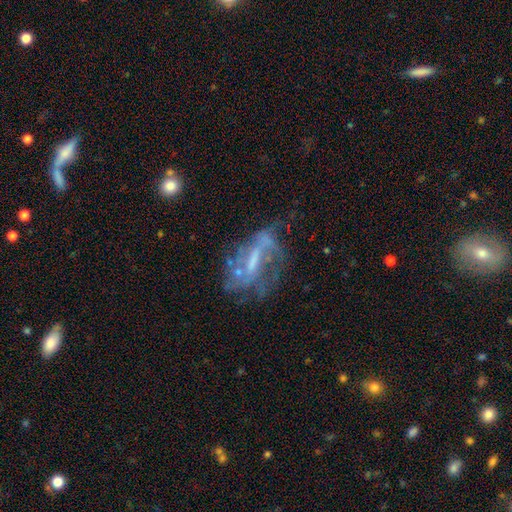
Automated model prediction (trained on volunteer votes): featured or disk 68%, smooth 16%, star or artifact 16%. Down the decision tree: edge-on disk — no (89%); bar — weak (37%); spiral arms — yes (57%); bulge size — none (36%); merging — none (42%).